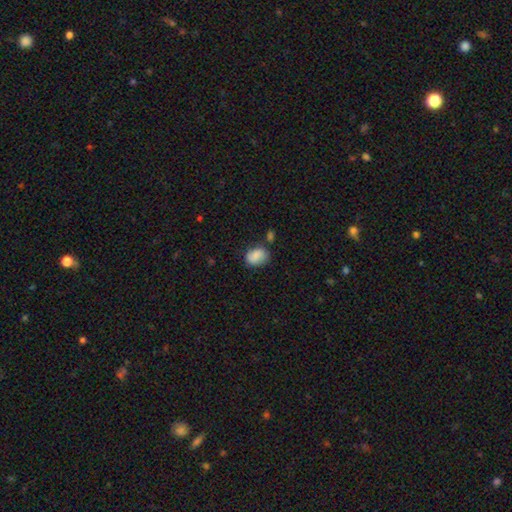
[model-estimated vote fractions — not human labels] Overall: smooth (82%). How rounded: in between (71%). Merging: none (64%).